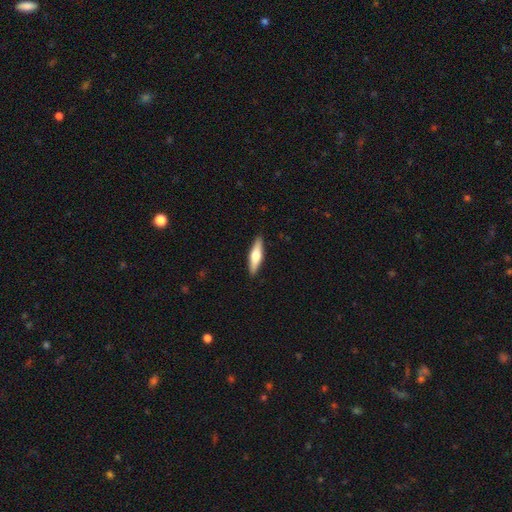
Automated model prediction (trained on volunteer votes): Smooth or featured: smooth — 52% (featured or disk — 43%)
How rounded: cigar-shaped — 70% (in between — 28%)
Merging: none — 90% (minor disturbance — 7%)